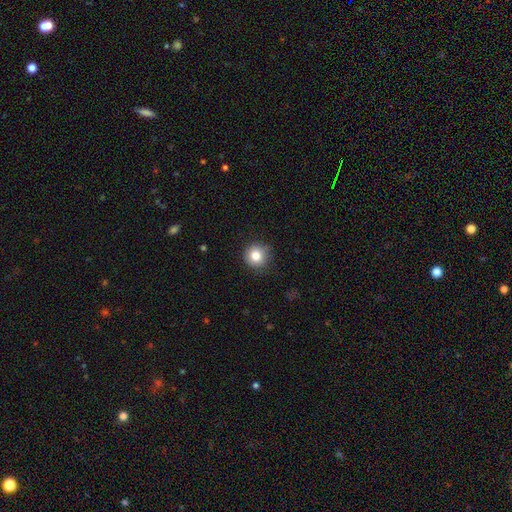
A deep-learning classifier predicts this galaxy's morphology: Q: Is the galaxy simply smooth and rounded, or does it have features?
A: smooth — 83%.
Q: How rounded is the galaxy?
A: round — 94%.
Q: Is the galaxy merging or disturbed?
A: none — 84%.